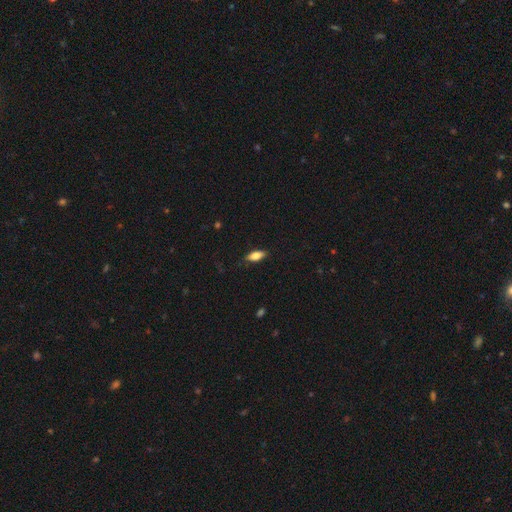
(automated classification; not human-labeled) This appears to be a smooth galaxy with no disk features (75%) that is in between round and cigar-shaped (79%). Merging: none (84%).